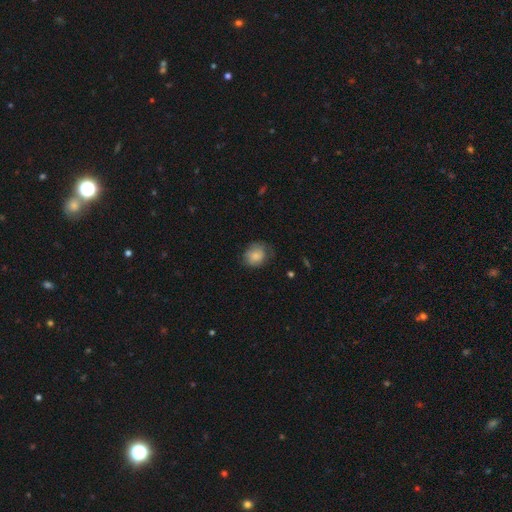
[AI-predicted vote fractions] This appears to be a smooth galaxy with no disk features (80%) that is round (64%). Merging: none (62%).